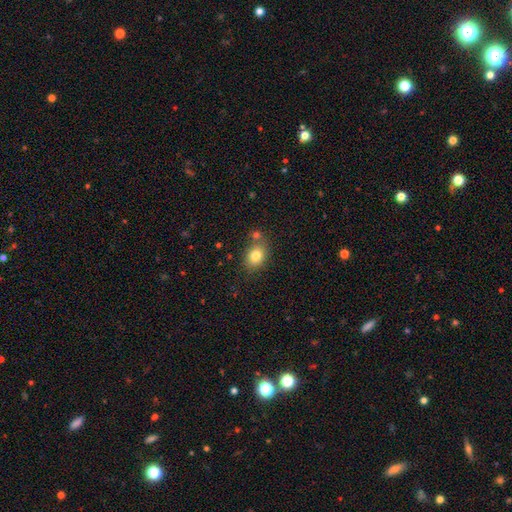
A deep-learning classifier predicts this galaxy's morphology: smooth-or-featured: smooth: 81% | star or artifact: 10% | featured or disk: 9%
  how-rounded: in between: 63% | round: 36% | cigar-shaped: 1%
  merging: none: 69% | merger: 14% | minor disturbance: 13% | major disturbance: 3%